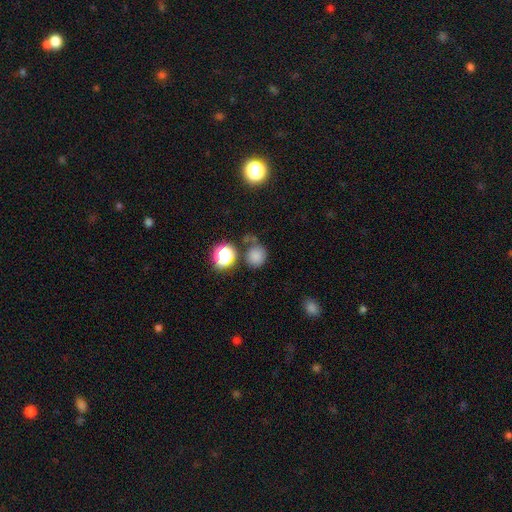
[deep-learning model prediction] Morphology: type=smooth (77%); roundness=round (84%); merging=none (68%).